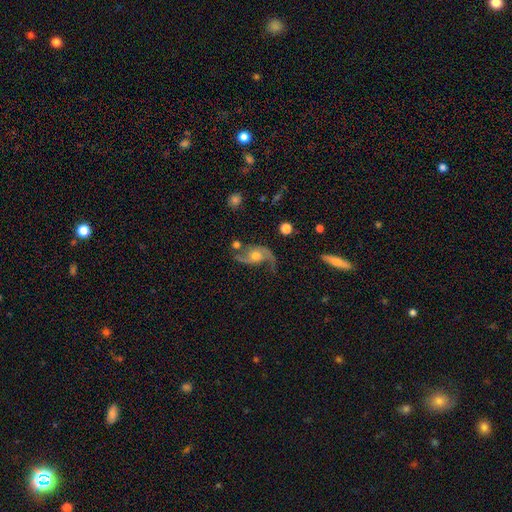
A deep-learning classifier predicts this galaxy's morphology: Smooth or featured? featured or disk (88%)
Edge-on disk? no (97%)
Bar? no (67%)
Spiral arms? yes (96%)
Spiral winding? loose (71%)
Spiral arm count? 2 (93%)
Bulge size? moderate (67%)
Merging? none (63%)